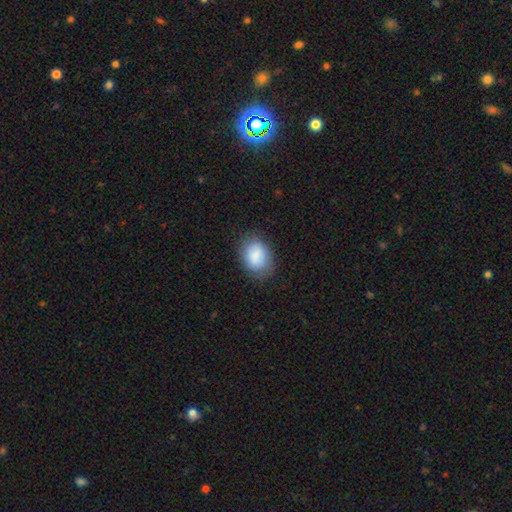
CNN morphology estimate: type=smooth (82%); roundness=in between (68%); merging=none (77%).